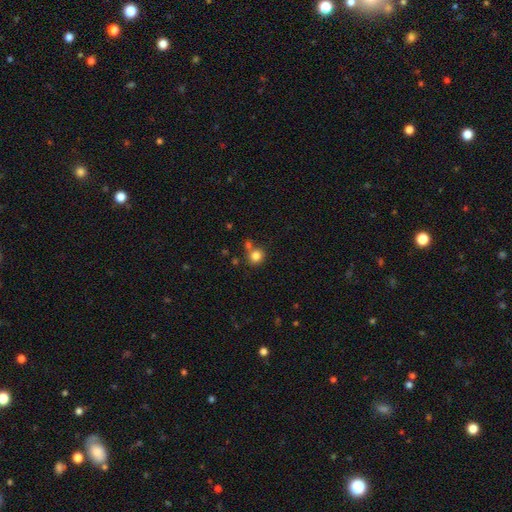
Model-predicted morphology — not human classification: Smooth or featured? smooth (82%)
How rounded? round (85%)
Merging? none (67%)